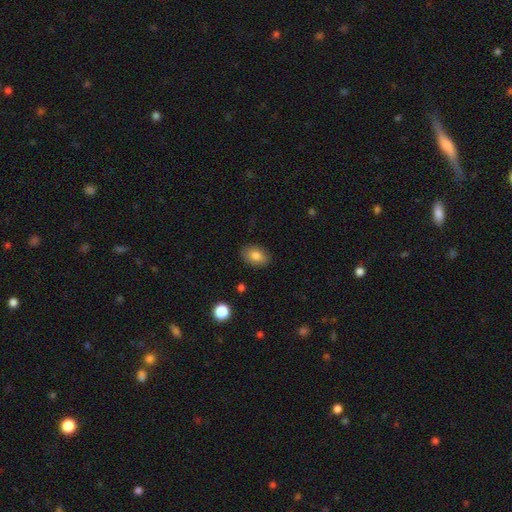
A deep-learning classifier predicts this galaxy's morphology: A smooth galaxy with no disk features (82%) that is in between round and cigar-shaped (82%).

Vote fractions:
- Smooth or featured? smooth: 82% / featured or disk: 10% / star or artifact: 8%
- How rounded? in between: 82% / round: 17% / cigar-shaped: 1%
- Merging? none: 87% / minor disturbance: 10% / major disturbance: 2% / merger: 1%